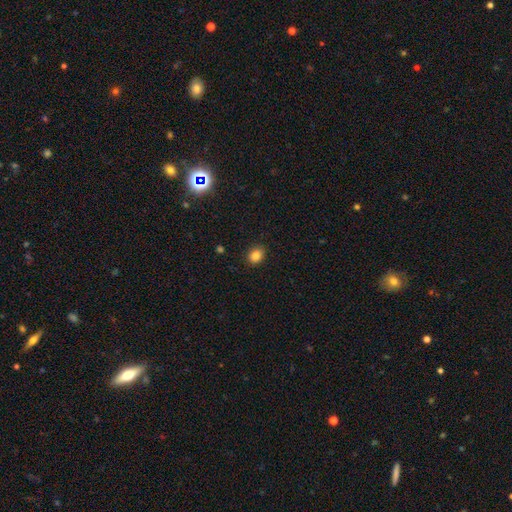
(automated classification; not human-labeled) Smooth or featured: smooth — 84% (star or artifact — 11%)
How rounded: in between — 53% (round — 46%)
Merging: none — 87% (minor disturbance — 9%)